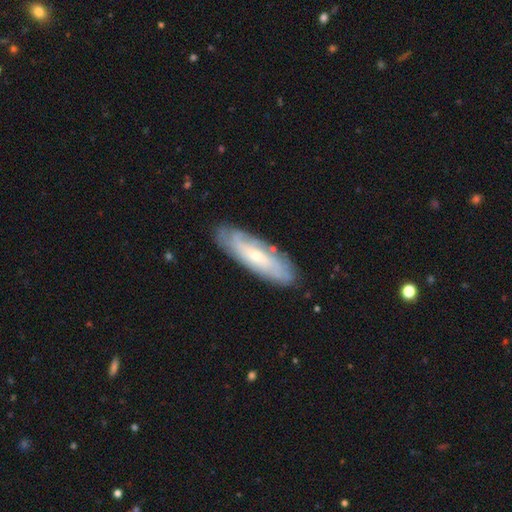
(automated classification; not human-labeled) smooth_or_featured: featured or disk (p=0.60) [alt: smooth p=0.34]
disk_edge_on: no (p=0.71) [alt: yes p=0.29]
merging: none (p=0.81) [alt: minor disturbance p=0.15]